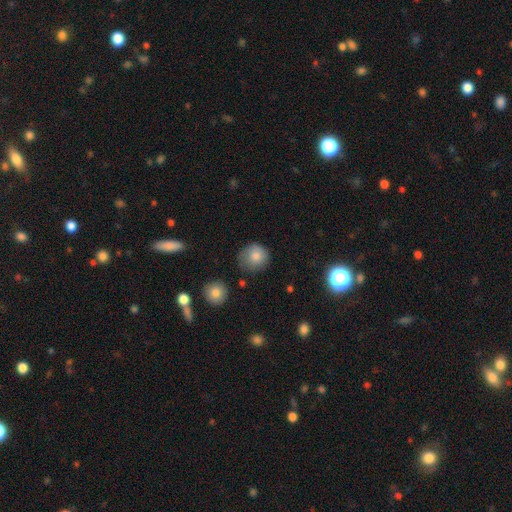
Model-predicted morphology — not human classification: Smooth or featured? smooth (82%)
How rounded? round (89%)
Merging? none (70%)